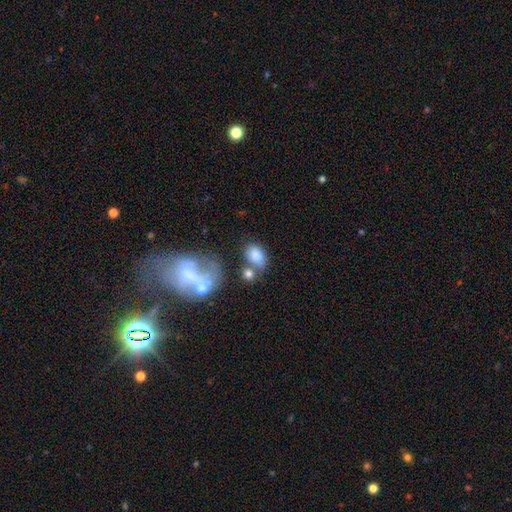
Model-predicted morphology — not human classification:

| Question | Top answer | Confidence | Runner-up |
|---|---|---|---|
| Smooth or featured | smooth | 78% | featured or disk (13%) |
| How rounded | in between | 84% | round (14%) |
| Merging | none | 41% | merger (29%) |